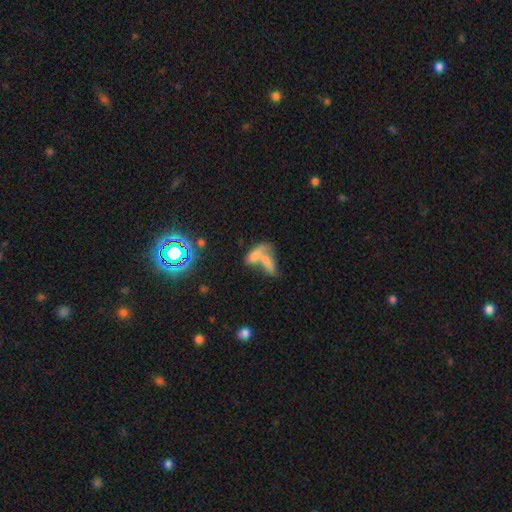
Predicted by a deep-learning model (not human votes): Smooth or featured? Predicted: smooth (p=0.58). How rounded? Predicted: in between (p=0.72). Merging? Predicted: merger (p=0.70).